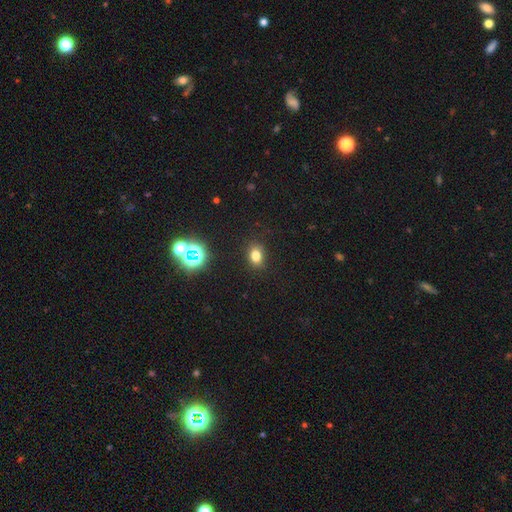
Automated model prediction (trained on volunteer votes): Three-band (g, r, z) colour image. It shows a smooth galaxy with no disk features (76%) that is in between round and cigar-shaped (66%). Merging: none (87%).